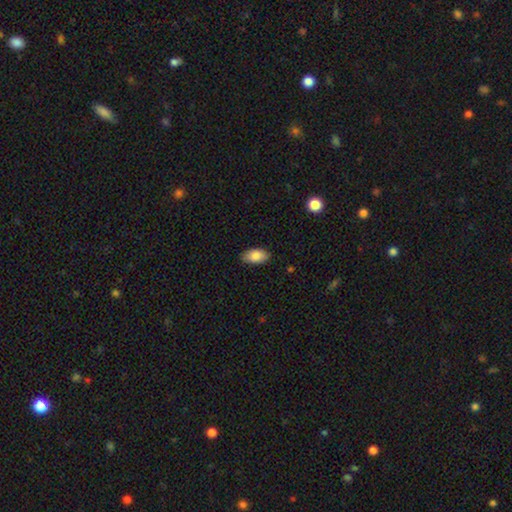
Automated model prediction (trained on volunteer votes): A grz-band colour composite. It shows a smooth galaxy with no disk features (85%) that is in between round and cigar-shaped (94%). Merging: none (87%).